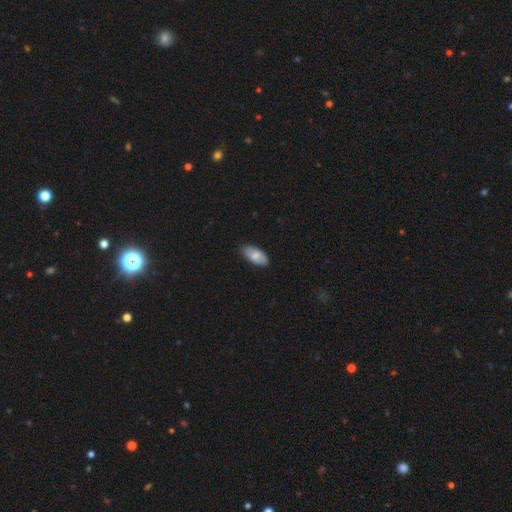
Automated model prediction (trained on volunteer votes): Overall: smooth (79%). How rounded: in between (93%). Merging: none (81%).